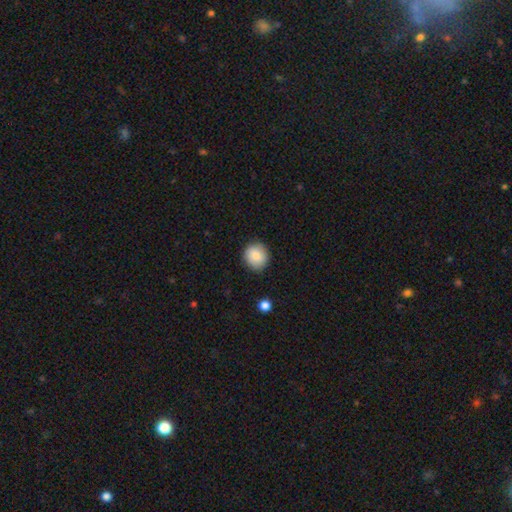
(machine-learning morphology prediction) A smooth galaxy with no disk features (85%) that is round (84%).

Vote fractions:
- Smooth or featured? smooth: 85% / star or artifact: 8% / featured or disk: 7%
- How rounded? round: 84% / in between: 15% / cigar-shaped: 1%
- Merging? none: 87% / minor disturbance: 9% / major disturbance: 2% / merger: 1%